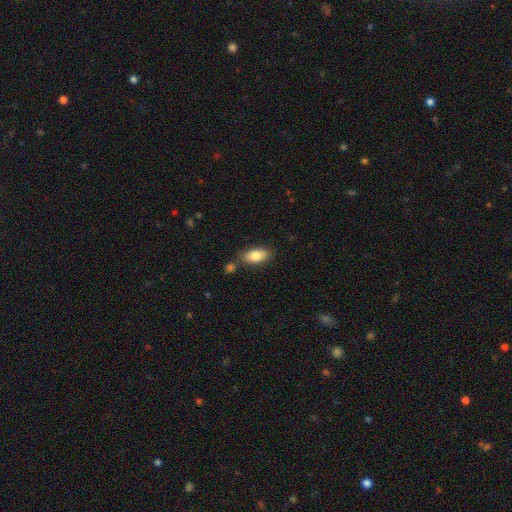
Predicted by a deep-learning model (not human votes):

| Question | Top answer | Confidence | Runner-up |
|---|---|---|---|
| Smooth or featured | smooth | 82% | featured or disk (11%) |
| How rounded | in between | 90% | cigar-shaped (6%) |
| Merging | none | 75% | minor disturbance (13%) |